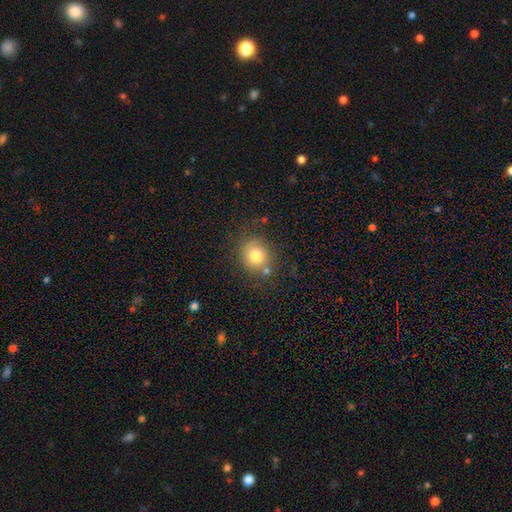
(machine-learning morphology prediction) A smooth galaxy with no disk features (78%) that is round (79%). Merging: none (71%).